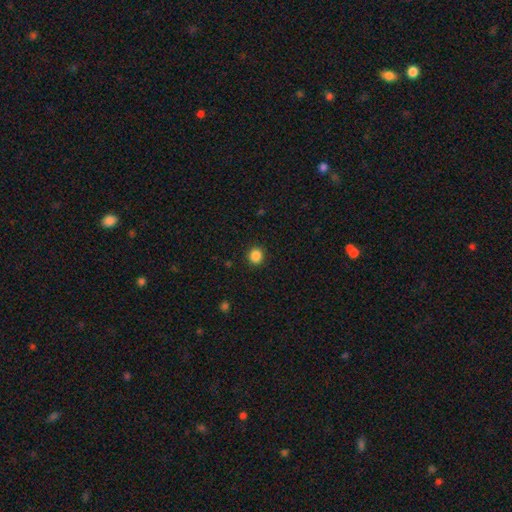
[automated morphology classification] Q: Smooth or featured?
A: smooth (87%); runner-up: star or artifact (11%)
Q: How rounded?
A: round (88%); runner-up: in between (11%)
Q: Merging?
A: none (92%); runner-up: minor disturbance (5%)